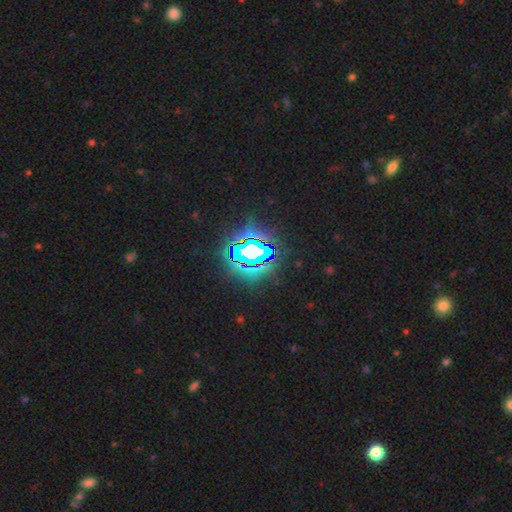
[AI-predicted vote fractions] This is clearly a star or artifact rather than a galaxy (81%).